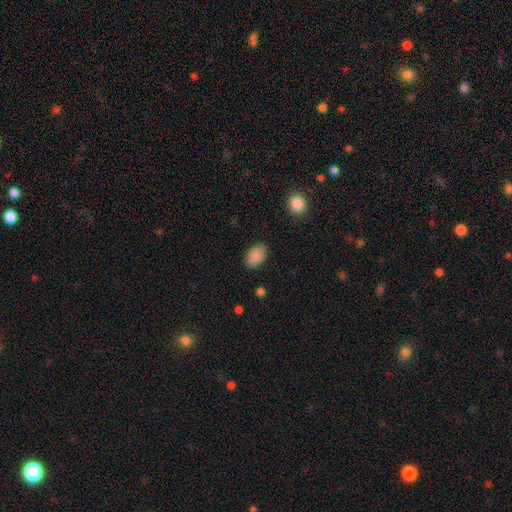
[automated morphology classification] This appears to be a smooth galaxy with no disk features (89%) that is in between round and cigar-shaped (88%). Merging: none (86%).